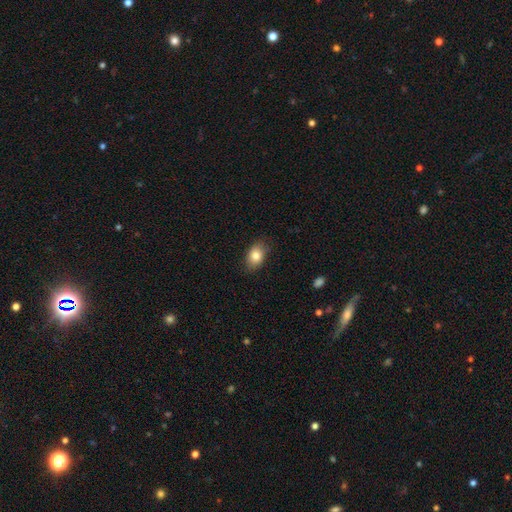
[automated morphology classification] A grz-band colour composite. It shows a smooth galaxy with no disk features (83%) that is in between round and cigar-shaped (82%). Merging: none (82%).